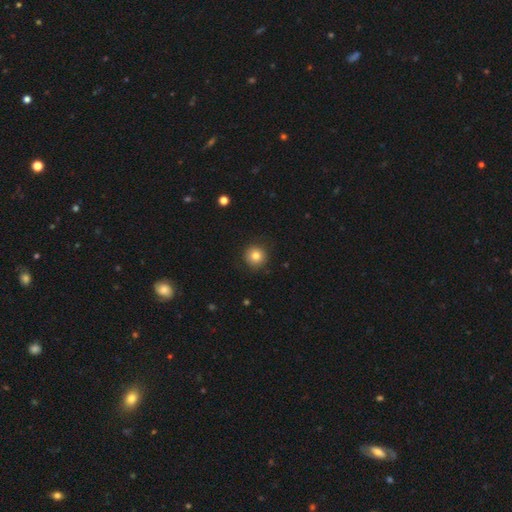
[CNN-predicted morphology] Smooth or featured? smooth (82%)
How rounded? round (94%)
Merging? none (88%)